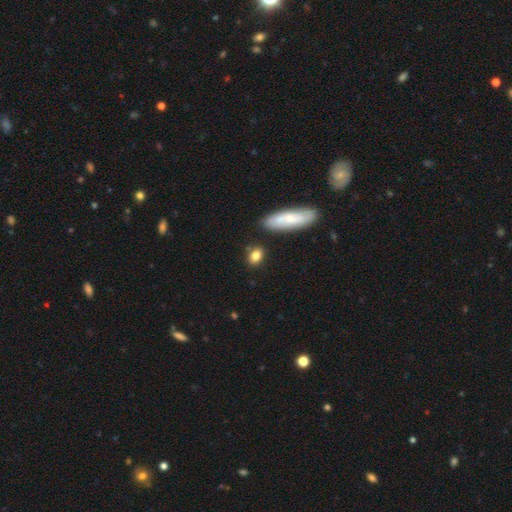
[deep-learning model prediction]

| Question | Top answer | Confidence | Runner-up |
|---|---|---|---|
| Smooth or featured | smooth | 82% | featured or disk (10%) |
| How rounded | in between | 66% | round (28%) |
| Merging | none | 77% | minor disturbance (13%) |